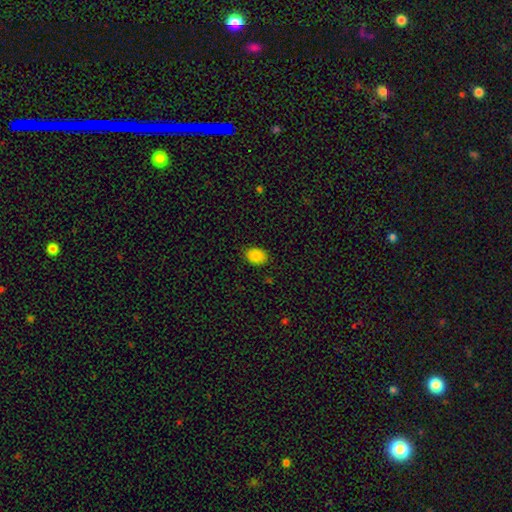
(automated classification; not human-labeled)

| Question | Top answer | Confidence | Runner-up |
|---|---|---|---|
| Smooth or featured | smooth | 87% | star or artifact (9%) |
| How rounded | in between | 68% | round (32%) |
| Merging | none | 86% | minor disturbance (10%) |